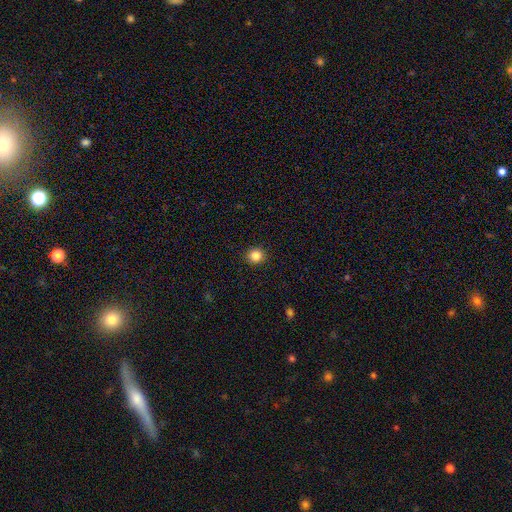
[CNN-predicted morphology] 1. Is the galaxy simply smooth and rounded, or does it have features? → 85% smooth, 11% star or artifact, 4% featured or disk.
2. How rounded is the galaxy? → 91% round, 8% in between, 1% cigar-shaped.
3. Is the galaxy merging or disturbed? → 92% none, 5% minor disturbance, 2% major disturbance, 1% merger.